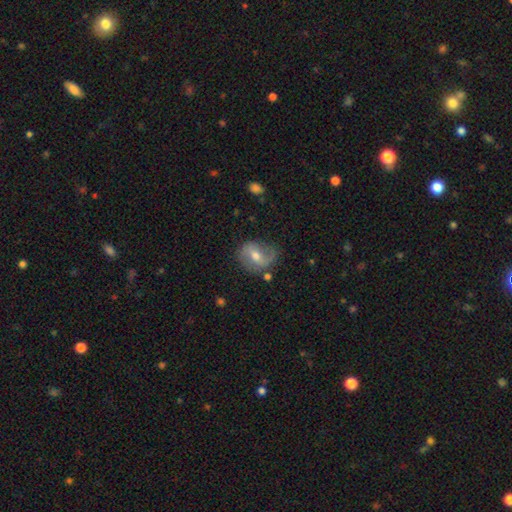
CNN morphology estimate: This appears to be a featured or disk galaxy (64%) with a weak bar (48%), 2 (77%) loose (46%) spiral arms (83%) and a moderate central bulge (67%). Merging: none (66%).